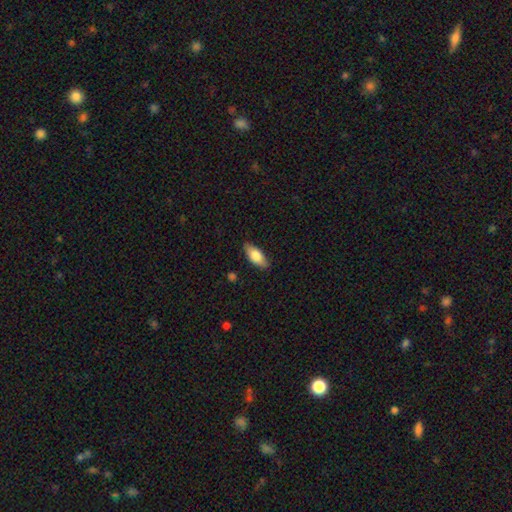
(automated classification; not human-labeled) Smooth or featured: smooth — 73% (featured or disk — 21%)
How rounded: in between — 79% (cigar-shaped — 18%)
Merging: none — 85% (minor disturbance — 11%)